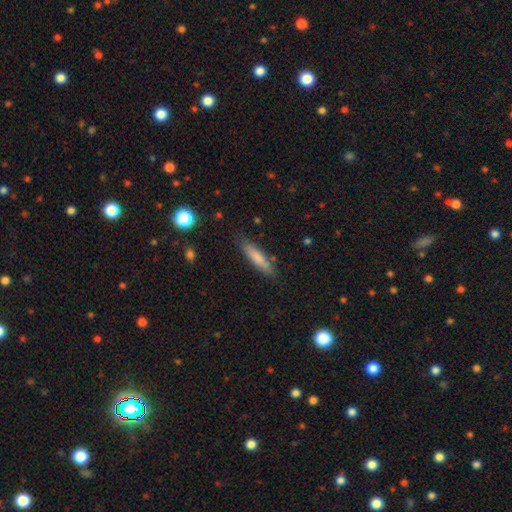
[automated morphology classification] Smooth or featured? Predicted: smooth (p=0.73). How rounded? Predicted: cigar-shaped (p=0.86). Merging? Predicted: none (p=0.85).